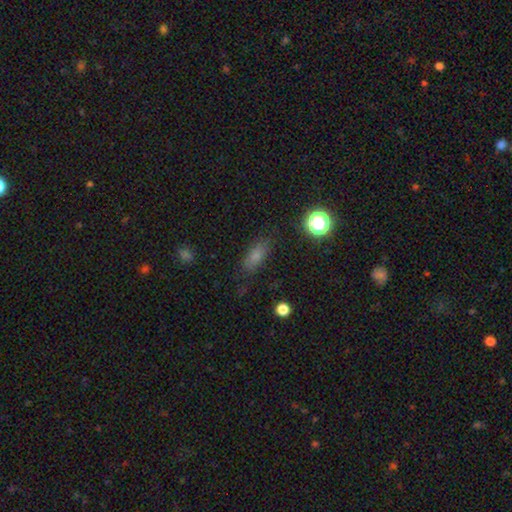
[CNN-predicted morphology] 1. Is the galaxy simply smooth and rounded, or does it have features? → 75% smooth, 14% star or artifact, 10% featured or disk.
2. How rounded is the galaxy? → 66% in between, 27% cigar-shaped, 7% round.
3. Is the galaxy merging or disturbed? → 80% none, 14% minor disturbance, 5% major disturbance, 2% merger.